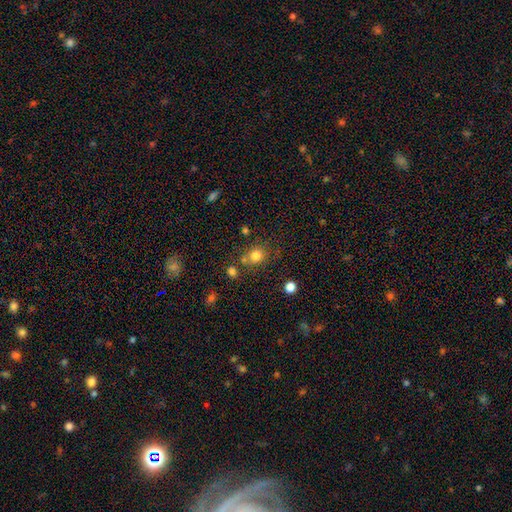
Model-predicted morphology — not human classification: Overall: smooth (79%). How rounded: round (74%). Merging: none (64%).